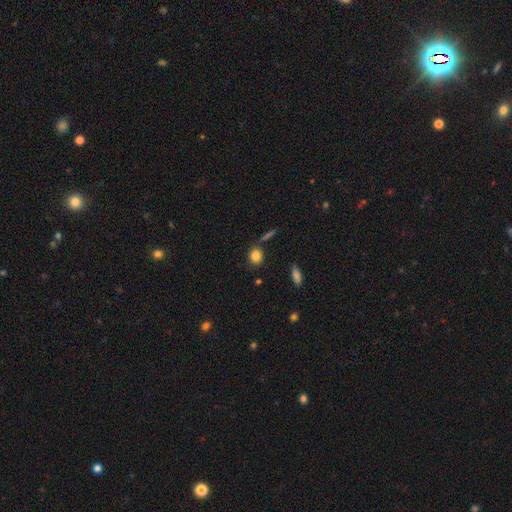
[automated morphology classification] type=smooth (84%); roundness=round (59%); merging=none (79%).